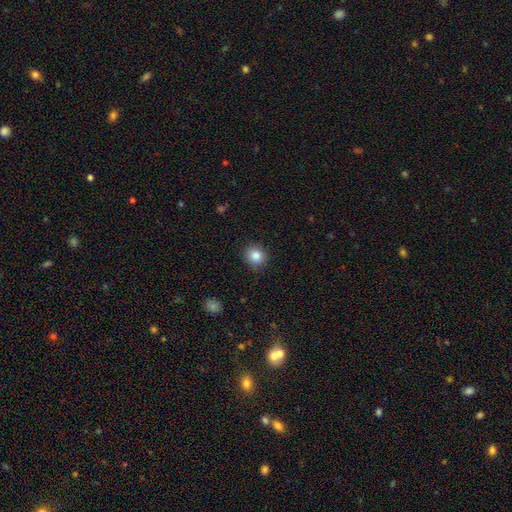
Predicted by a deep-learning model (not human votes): Morphology: type=smooth (85%); roundness=round (87%); merging=none (90%).